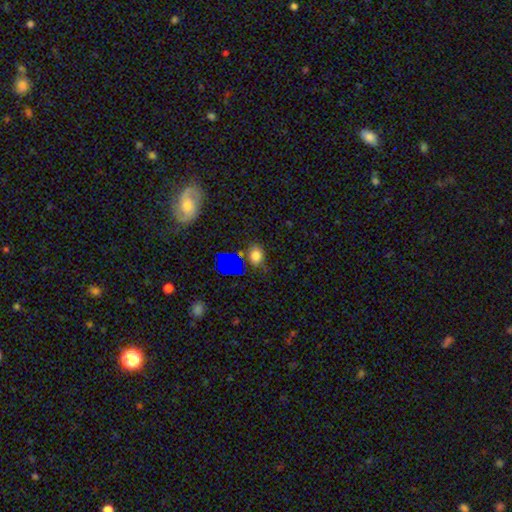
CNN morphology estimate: Smooth or featured? Predicted: smooth (p=0.71). How rounded? Predicted: in between (p=0.54). Merging? Predicted: none (p=0.72).